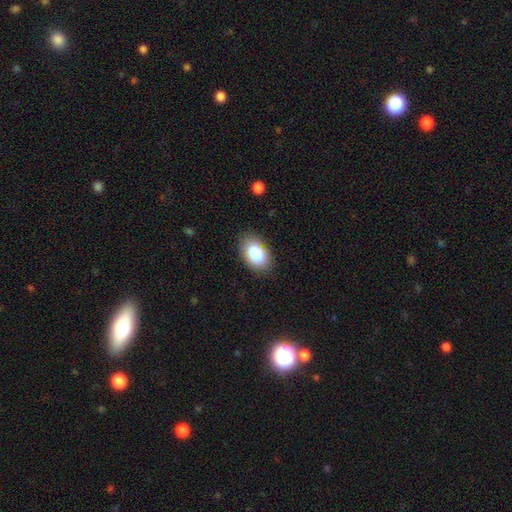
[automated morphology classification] Q: Smooth or featured?
A: smooth (87%); runner-up: star or artifact (7%)
Q: How rounded?
A: in between (90%); runner-up: round (8%)
Q: Merging?
A: none (84%); runner-up: minor disturbance (12%)